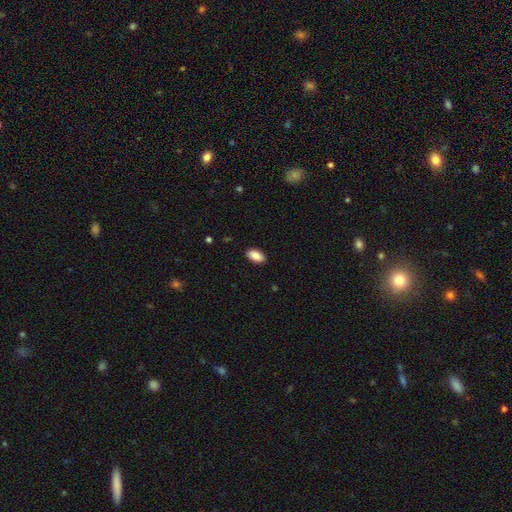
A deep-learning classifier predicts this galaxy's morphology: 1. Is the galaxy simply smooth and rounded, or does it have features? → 88% smooth, 7% star or artifact, 5% featured or disk.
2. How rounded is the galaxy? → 94% in between, 3% round, 3% cigar-shaped.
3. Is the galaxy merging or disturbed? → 89% none, 8% minor disturbance, 2% major disturbance, 1% merger.